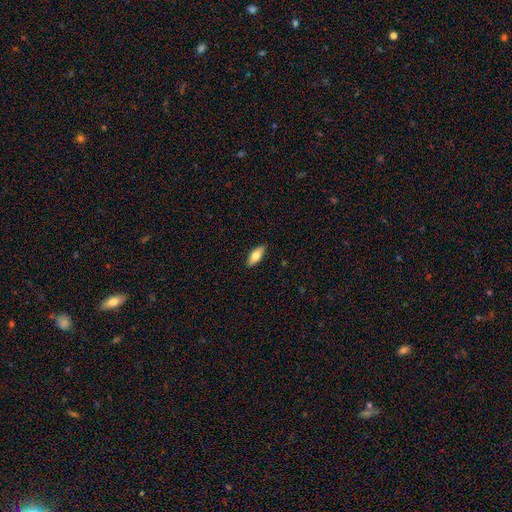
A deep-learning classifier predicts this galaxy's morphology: Q: Smooth or featured?
A: smooth (75%); runner-up: featured or disk (19%)
Q: How rounded?
A: in between (75%); runner-up: cigar-shaped (22%)
Q: Merging?
A: none (87%); runner-up: minor disturbance (10%)